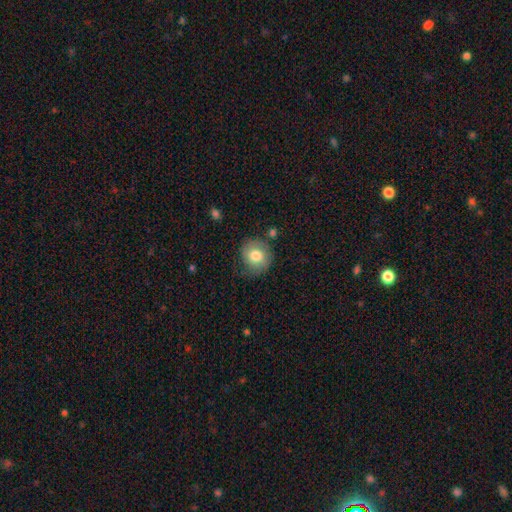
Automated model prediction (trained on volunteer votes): Smooth or featured? smooth (76%)
How rounded? round (85%)
Merging? none (69%)